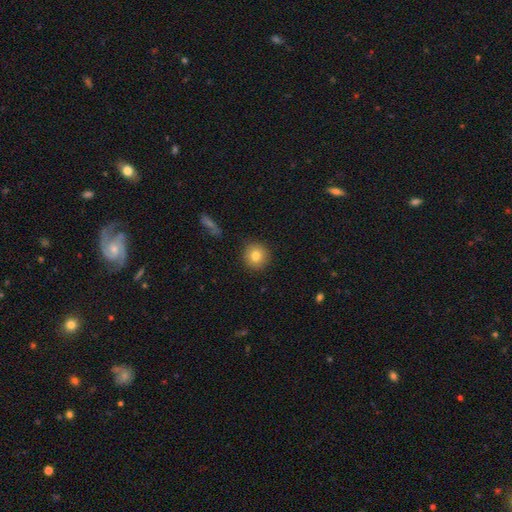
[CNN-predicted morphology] smooth_or_featured: smooth (p=0.80) [alt: star or artifact p=0.10]
how_rounded: round (p=0.93) [alt: in between p=0.06]
merging: none (p=0.90) [alt: minor disturbance p=0.07]